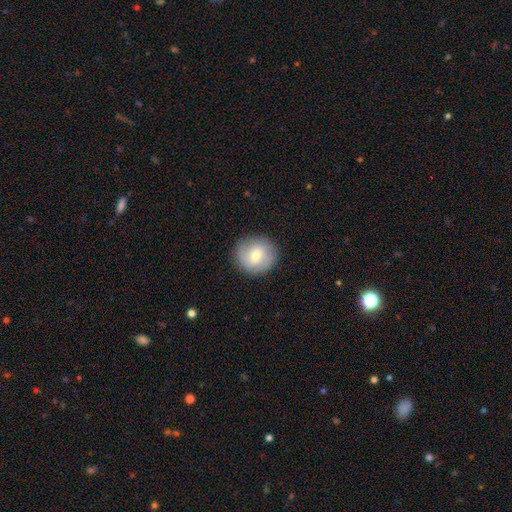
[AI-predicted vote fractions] Q: Smooth or featured?
A: smooth (61%); runner-up: featured or disk (31%)
Q: How rounded?
A: round (90%); runner-up: in between (9%)
Q: Merging?
A: none (87%); runner-up: minor disturbance (9%)